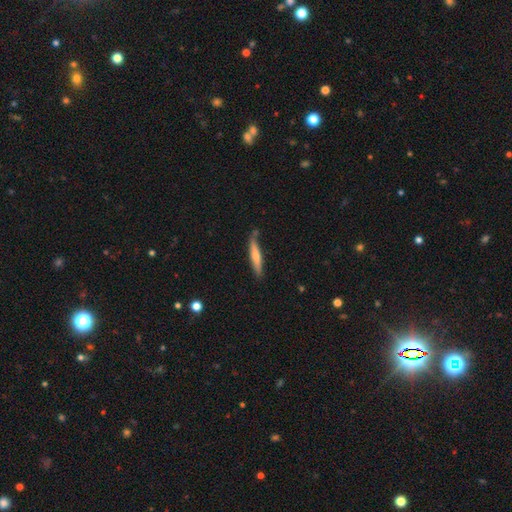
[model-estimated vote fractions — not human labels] Morphology: type=smooth (65%); roundness=cigar-shaped (91%); merging=none (76%).